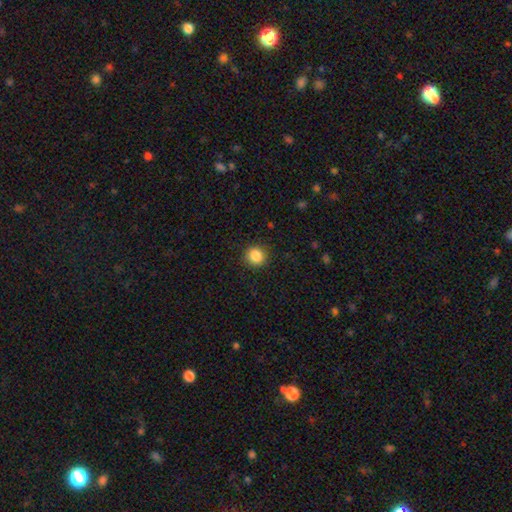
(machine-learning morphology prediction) smooth 86%, star or artifact 10%, featured or disk 4%. Down the decision tree: how rounded — round (91%); merging — none (91%).